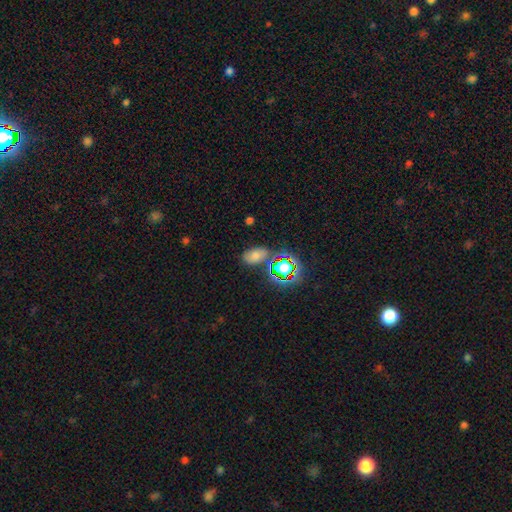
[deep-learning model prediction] smooth-or-featured: smooth: 61% | star or artifact: 27% | featured or disk: 12%
  how-rounded: in between: 87% | round: 12% | cigar-shaped: 2%
  merging: none: 71% | minor disturbance: 16% | merger: 8% | major disturbance: 5%